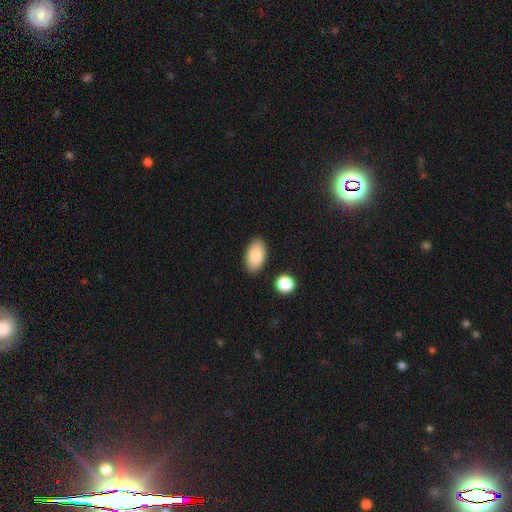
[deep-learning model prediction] smooth 87%, featured or disk 7%, star or artifact 6%. Down the decision tree: how rounded — in between (95%); merging — none (86%).